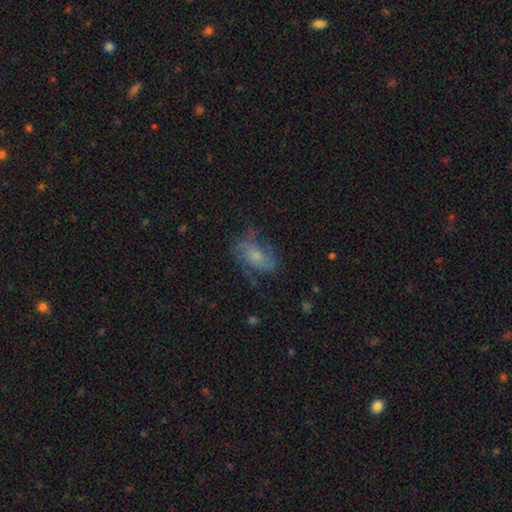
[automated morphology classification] This is possibly a featured or disk galaxy (56%). It is clearly not viewed edge-on (95%). Bar: likely no (67%). Spiral arm pattern: clearly yes (80%). Central bulge: possibly small (46%). Merging: possibly none (55%).